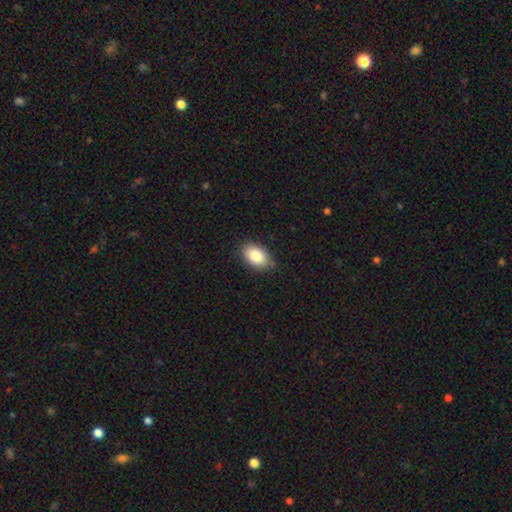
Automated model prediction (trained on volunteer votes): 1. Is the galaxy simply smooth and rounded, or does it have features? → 86% smooth, 7% star or artifact, 7% featured or disk.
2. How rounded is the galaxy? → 91% in between, 7% round, 1% cigar-shaped.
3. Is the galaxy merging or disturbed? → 80% none, 17% minor disturbance, 3% major disturbance, 1% merger.